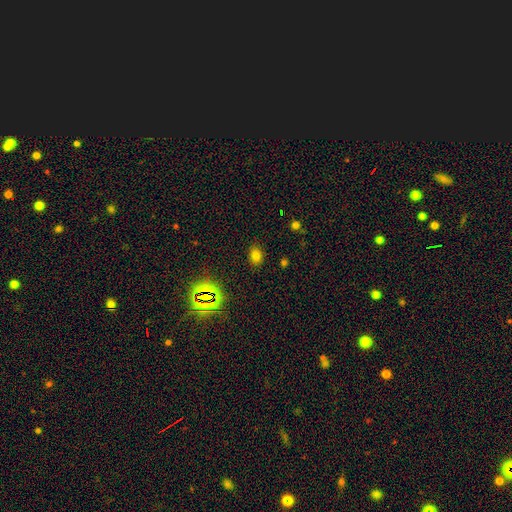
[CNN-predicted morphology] This appears to be a smooth galaxy with no disk features (72%) that is in between round and cigar-shaped (67%). Merging: none (86%).